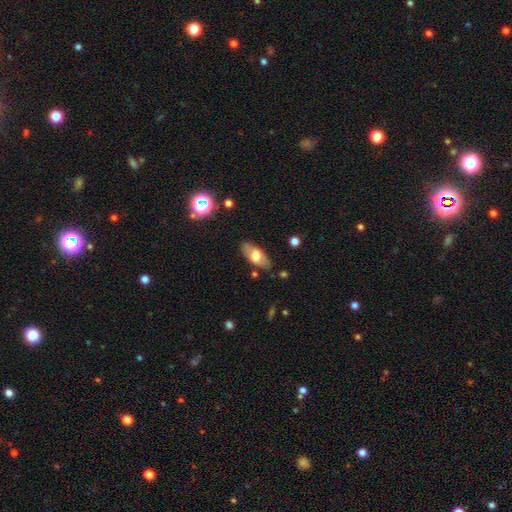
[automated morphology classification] smooth-or-featured: smooth: 61% | featured or disk: 32% | star or artifact: 7%
  how-rounded: in between: 85% | cigar-shaped: 12% | round: 3%
  merging: none: 78% | minor disturbance: 15% | major disturbance: 4% | merger: 3%